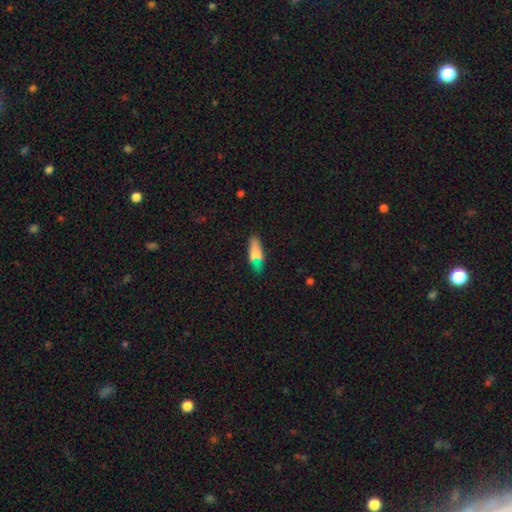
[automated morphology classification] A smooth galaxy with no disk features (69%) that is in between round and cigar-shaped (57%). Merging: none (72%).